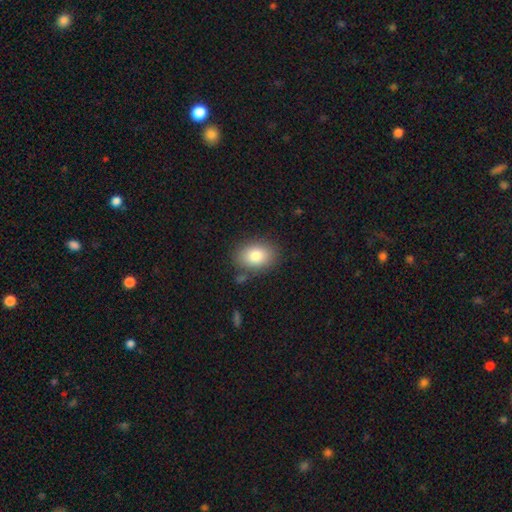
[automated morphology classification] Smooth or featured? Predicted: smooth (p=0.82). How rounded? Predicted: in between (p=0.75). Merging? Predicted: none (p=0.82).